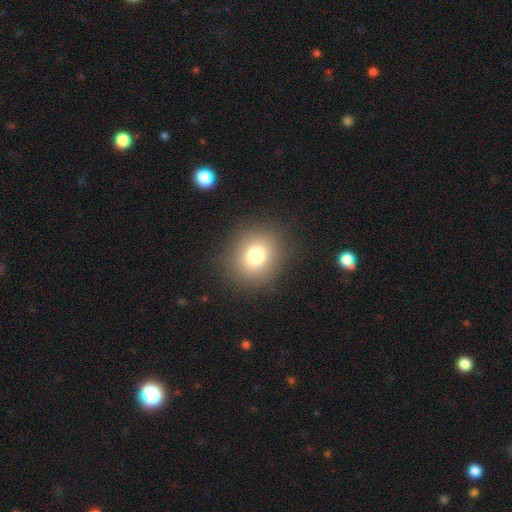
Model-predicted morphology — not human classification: smooth_or_featured: smooth (p=0.77) [alt: star or artifact p=0.13]
how_rounded: round (p=0.78) [alt: in between p=0.21]
merging: none (p=0.88) [alt: minor disturbance p=0.07]